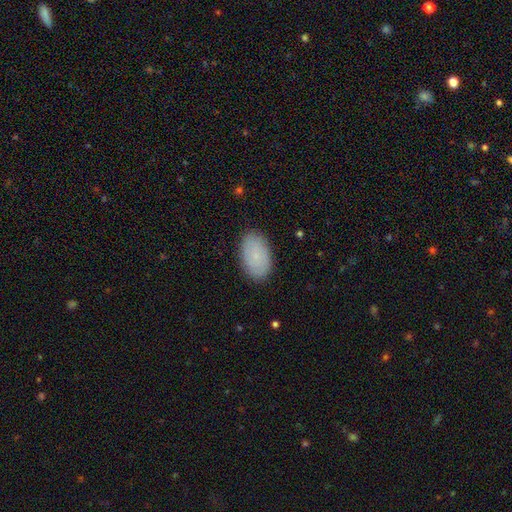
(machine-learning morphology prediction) A smooth galaxy with no disk features (76%) that is in between round and cigar-shaped (93%). Merging: none (87%).